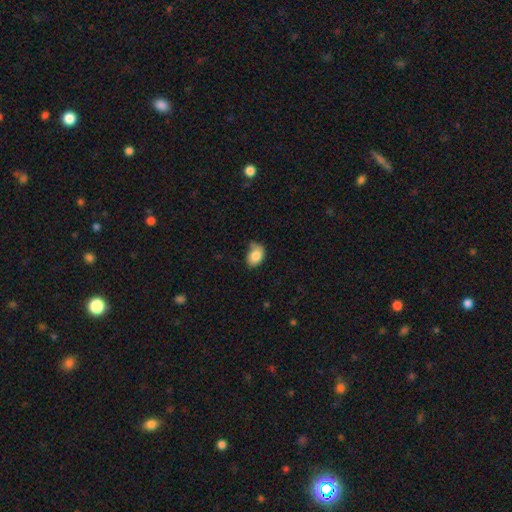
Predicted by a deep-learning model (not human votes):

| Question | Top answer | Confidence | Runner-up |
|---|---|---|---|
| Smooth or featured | smooth | 82% | featured or disk (10%) |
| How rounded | in between | 74% | round (25%) |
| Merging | none | 49% | minor disturbance (37%) |